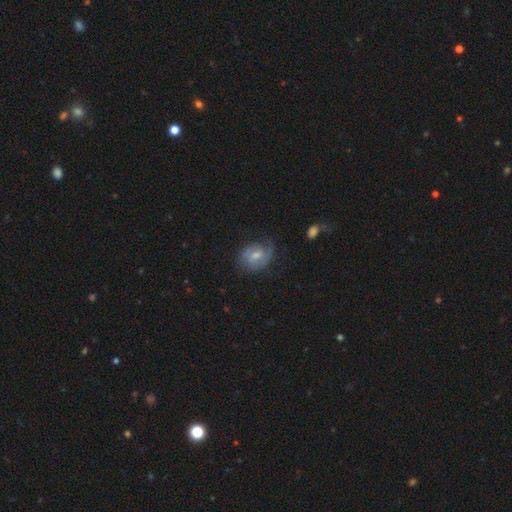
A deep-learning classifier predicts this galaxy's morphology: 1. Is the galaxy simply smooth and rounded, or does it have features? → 60% featured or disk, 33% smooth, 8% star or artifact.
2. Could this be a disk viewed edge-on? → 97% no, 3% yes.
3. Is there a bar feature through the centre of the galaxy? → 54% weak, 33% no, 13% strong.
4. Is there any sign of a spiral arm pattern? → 84% yes, 16% no.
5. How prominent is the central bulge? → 52% moderate, 37% small, 6% none, 4% large, 1% dominant.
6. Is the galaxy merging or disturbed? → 59% none, 26% minor disturbance, 13% major disturbance, 2% merger.